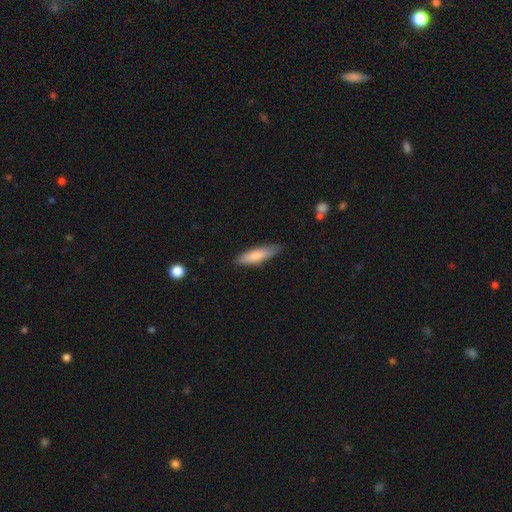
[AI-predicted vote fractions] A smooth galaxy with no disk features (76%) that is cigar-shaped (69%). Merging: none (78%).